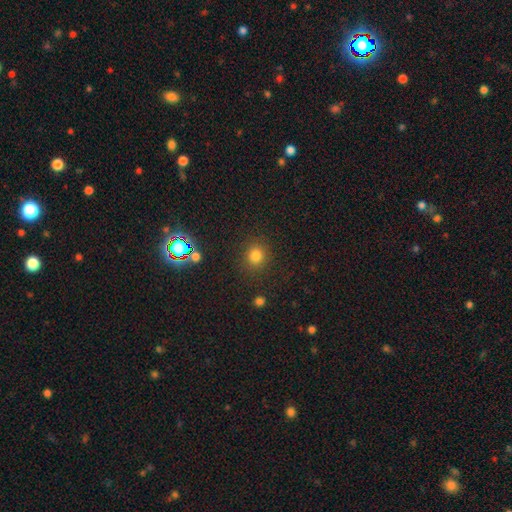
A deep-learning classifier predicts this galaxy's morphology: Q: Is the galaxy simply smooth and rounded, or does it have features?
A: smooth — 78%.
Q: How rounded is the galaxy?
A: round — 87%.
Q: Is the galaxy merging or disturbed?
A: none — 88%.